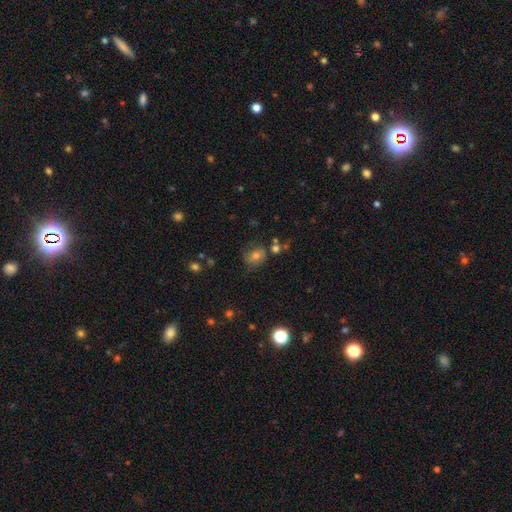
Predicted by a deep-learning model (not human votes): smooth 68%, star or artifact 17%, featured or disk 15%. Down the decision tree: how rounded — round (61%); merging — none (65%).